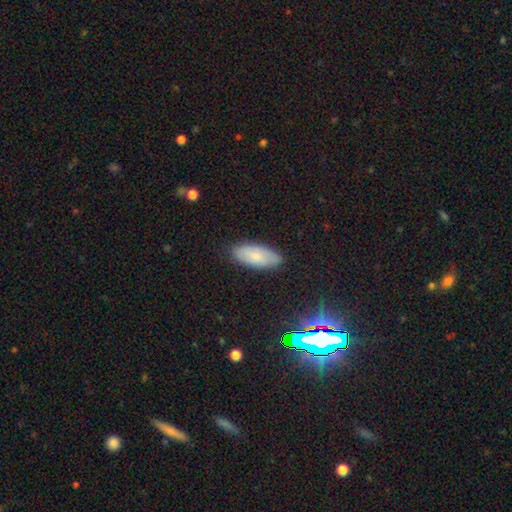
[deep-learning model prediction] Smooth or featured? smooth (75%)
How rounded? in between (85%)
Merging? none (86%)